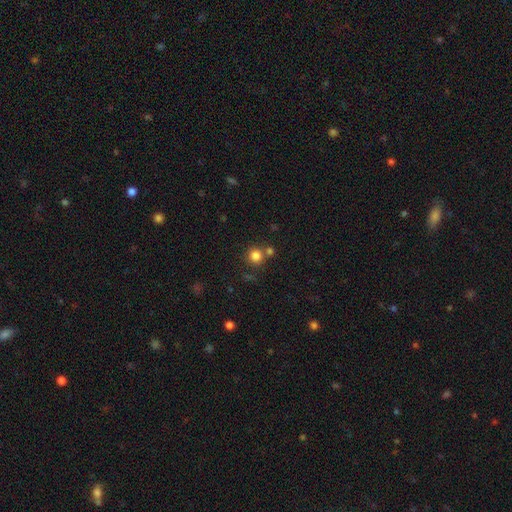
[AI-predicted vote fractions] smooth-or-featured: smooth: 81% | star or artifact: 13% | featured or disk: 6%
  how-rounded: round: 93% | in between: 6% | cigar-shaped: 1%
  merging: none: 72% | merger: 17% | minor disturbance: 8% | major disturbance: 3%